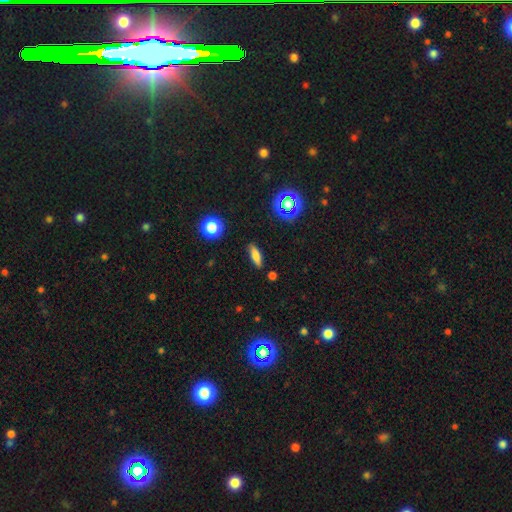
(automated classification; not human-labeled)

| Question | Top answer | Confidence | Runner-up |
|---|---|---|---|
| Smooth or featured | smooth | 73% | featured or disk (15%) |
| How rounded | cigar-shaped | 52% | in between (44%) |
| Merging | none | 86% | minor disturbance (10%) |